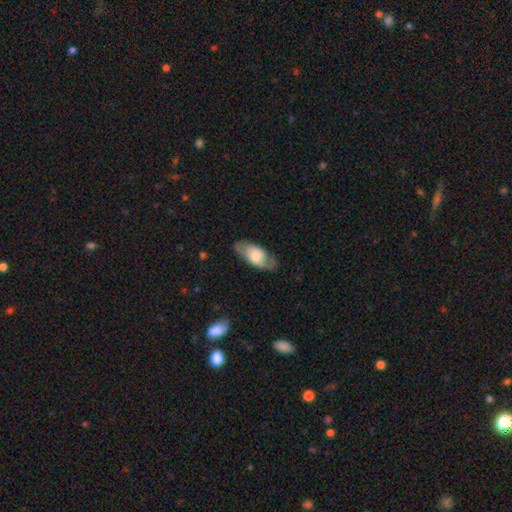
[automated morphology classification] Smooth or featured?
  - smooth: 58% *
  - featured or disk: 36%
  - star or artifact: 6%
How rounded?
  - in between: 87% *
  - cigar-shaped: 10%
  - round: 3%
Merging?
  - none: 77% *
  - minor disturbance: 16%
  - major disturbance: 6%
  - merger: 1%